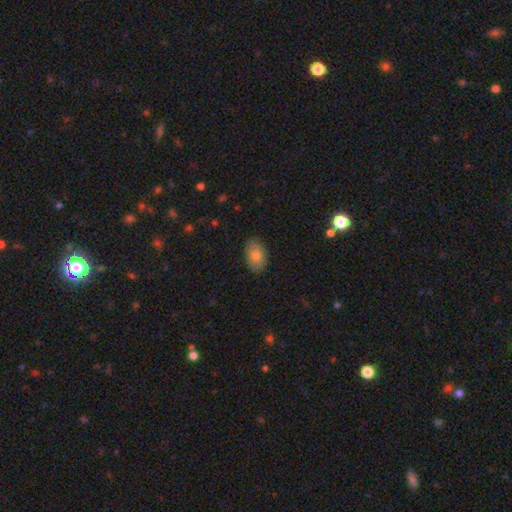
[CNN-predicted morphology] smooth 79%, featured or disk 13%, star or artifact 7%. Down the decision tree: how rounded — in between (88%); merging — none (87%).